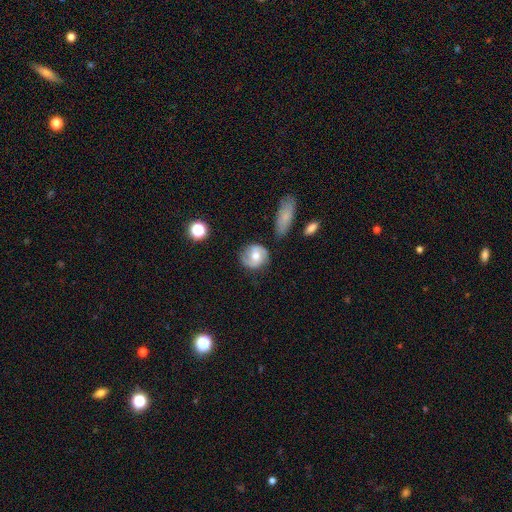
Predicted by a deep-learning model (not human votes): Morphology: type=featured or disk (58%); edge-on=no (96%); bar=no (54%); spiral arms=yes (86%); bulge=moderate (72%); merging=none (74%).